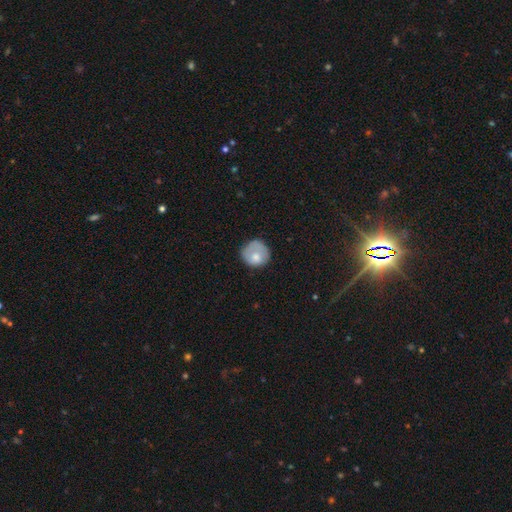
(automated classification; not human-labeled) This is likely a smooth galaxy (72%). How rounded: clearly round (85%). Merging: likely none (61%).